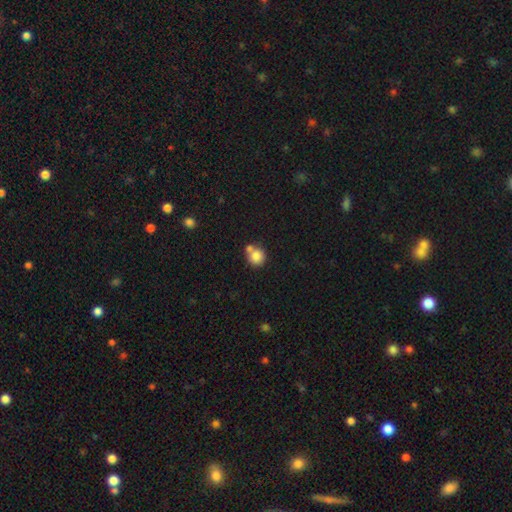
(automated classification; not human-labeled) Smooth or featured? Predicted: smooth (p=0.83). How rounded? Predicted: round (p=0.89). Merging? Predicted: none (p=0.50).